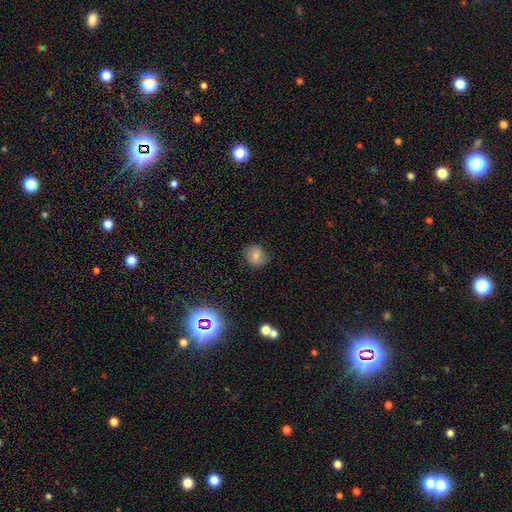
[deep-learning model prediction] Smooth or featured: smooth — 67% (featured or disk — 19%)
How rounded: round — 76% (in between — 23%)
Merging: none — 79% (minor disturbance — 15%)